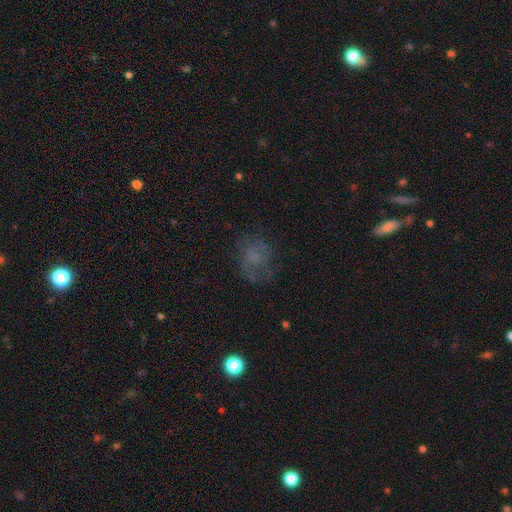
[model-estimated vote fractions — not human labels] Morphology: type=smooth (48%); merging=none (52%).